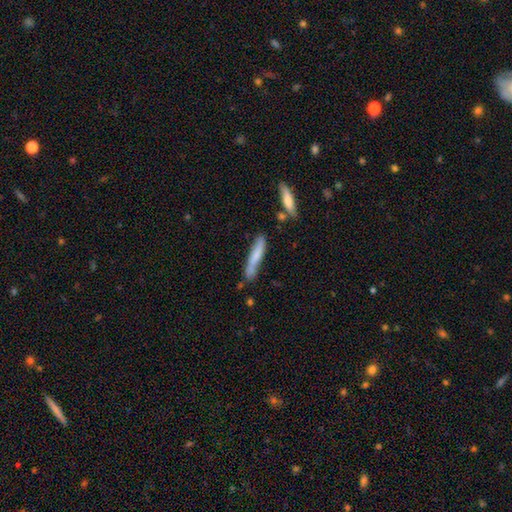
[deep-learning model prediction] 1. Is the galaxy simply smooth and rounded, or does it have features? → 63% smooth, 31% featured or disk, 6% star or artifact.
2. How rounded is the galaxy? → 90% cigar-shaped, 8% in between, 2% round.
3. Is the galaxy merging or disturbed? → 63% none, 23% minor disturbance, 9% merger, 5% major disturbance.